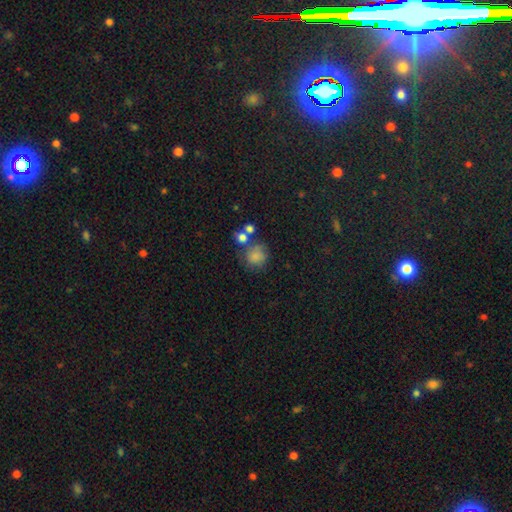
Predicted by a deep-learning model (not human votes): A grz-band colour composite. It shows a smooth galaxy with no disk features (77%) that is round (81%). Merging: none (52%).